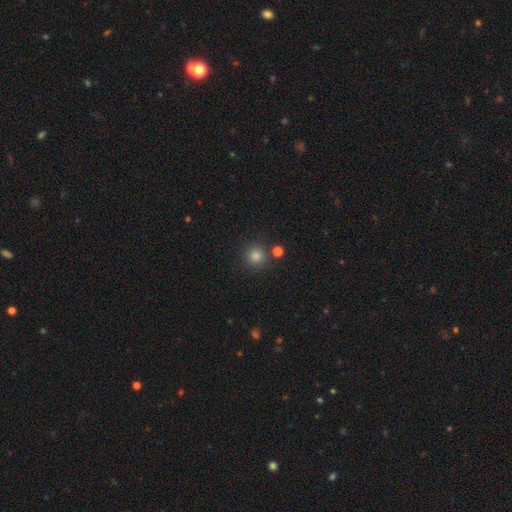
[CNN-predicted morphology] type=smooth (79%); roundness=round (95%); merging=none (85%).